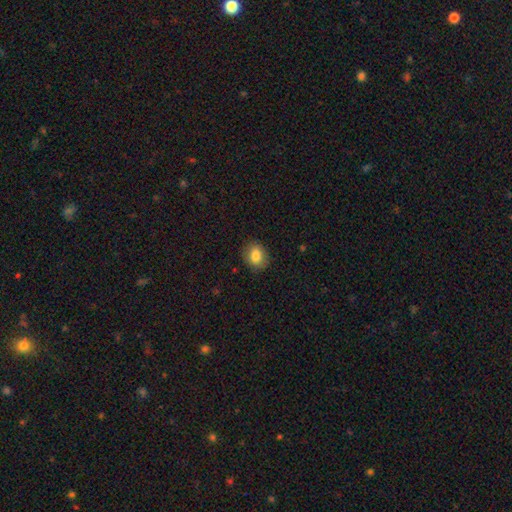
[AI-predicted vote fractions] Overall: smooth (83%). How rounded: round (53%; in between 46%). Merging: none (86%).